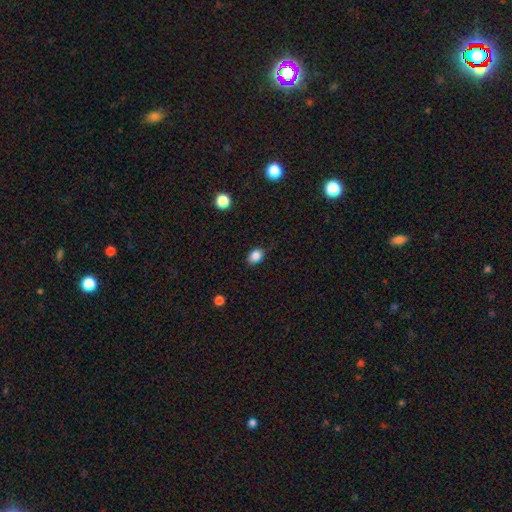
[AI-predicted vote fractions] Smooth or featured? Predicted: smooth (p=0.86). How rounded? Predicted: in between (p=0.73). Merging? Predicted: none (p=0.82).